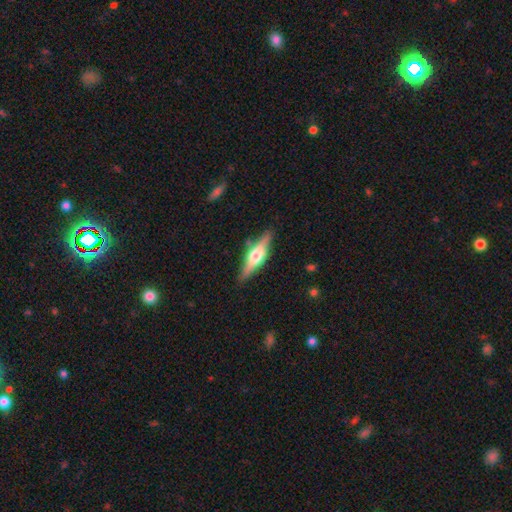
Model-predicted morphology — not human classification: Smooth or featured: featured or disk — 66% (smooth — 29%)
Edge-on disk: yes — 95% (no — 5%)
Edge-on bulge: rounded — 88% (boxy — 10%)
Merging: none — 84% (minor disturbance — 11%)